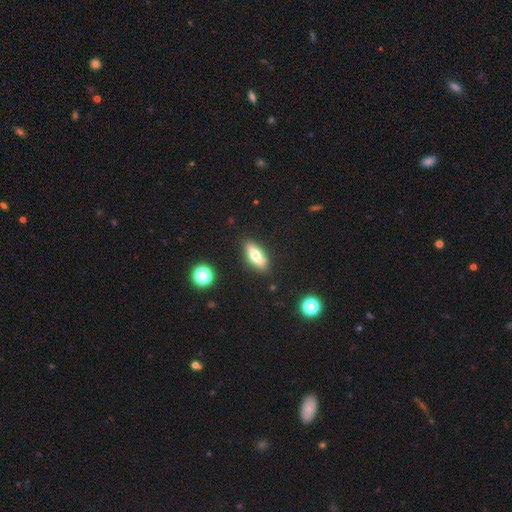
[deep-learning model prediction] A smooth galaxy with no disk features (59%) that is in between round and cigar-shaped (63%). Merging: none (86%).